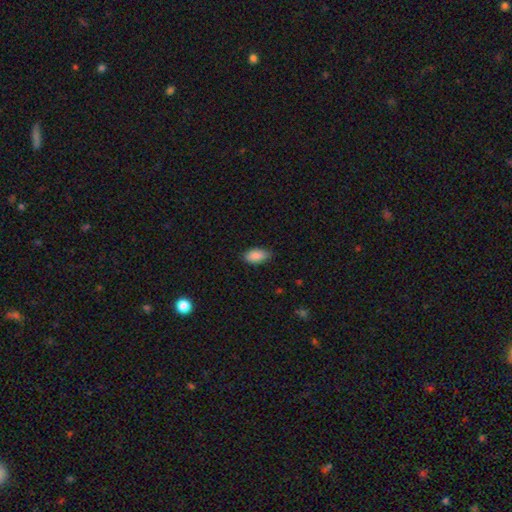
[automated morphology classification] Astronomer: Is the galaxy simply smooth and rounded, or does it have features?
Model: smooth — 89%.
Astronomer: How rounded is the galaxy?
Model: in between — 92%.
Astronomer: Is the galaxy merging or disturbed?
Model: none — 80%.